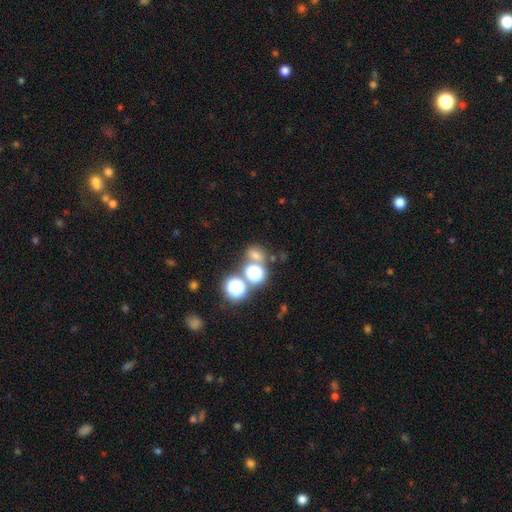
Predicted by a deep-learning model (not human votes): The model was most divided on "how rounded": round: 59%, in between: 39%, cigar-shaped: 2%. More confident: merging — none (58%); smooth or featured — smooth (58%).